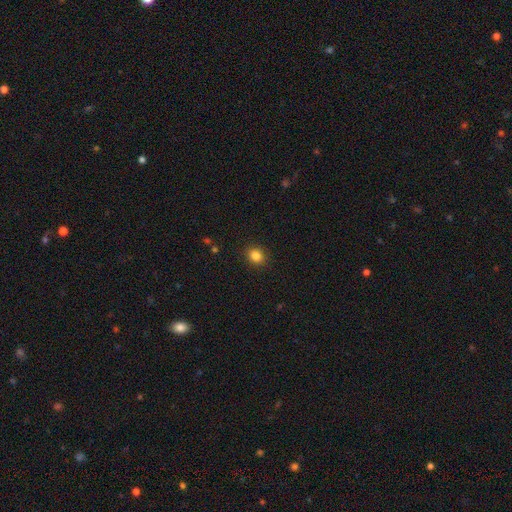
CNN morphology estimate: Smooth or featured? Predicted: smooth (p=0.85). How rounded? Predicted: round (p=0.67). Merging? Predicted: none (p=0.90).